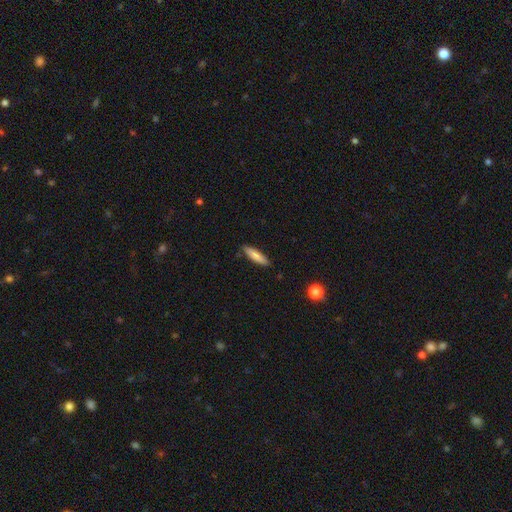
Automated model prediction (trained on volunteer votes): This is likely a smooth galaxy (79%). How rounded: likely cigar-shaped (79%). Merging: clearly none (86%).